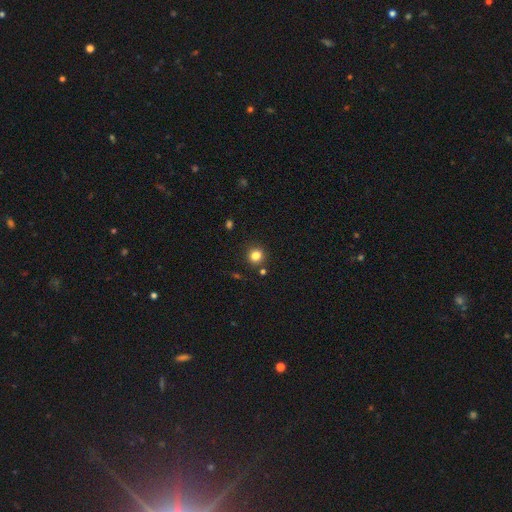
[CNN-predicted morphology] Q: Smooth or featured?
A: smooth (82%); runner-up: star or artifact (13%)
Q: How rounded?
A: round (90%); runner-up: in between (9%)
Q: Merging?
A: none (87%); runner-up: minor disturbance (7%)